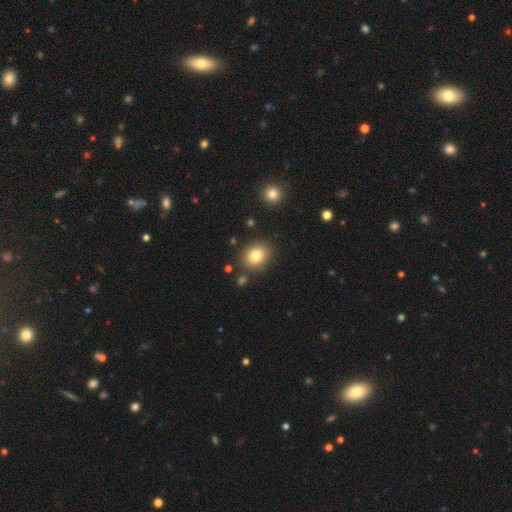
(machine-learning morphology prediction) This is likely a smooth galaxy (80%). How rounded: possibly round (56%). Merging: clearly none (84%).